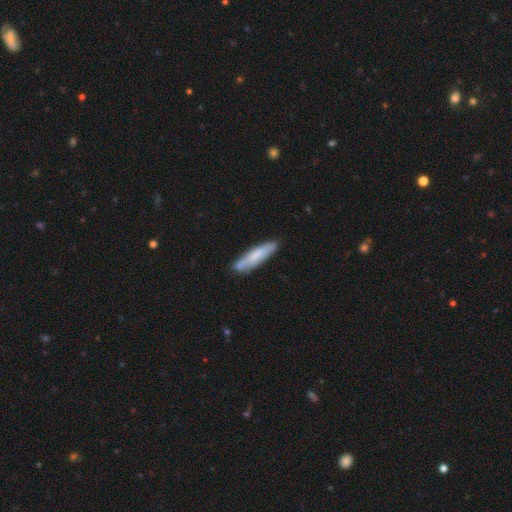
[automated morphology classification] Smooth or featured?
  - smooth: 69% *
  - featured or disk: 25%
  - star or artifact: 5%
How rounded?
  - cigar-shaped: 82% *
  - in between: 17%
  - round: 1%
Merging?
  - none: 81% *
  - minor disturbance: 14%
  - merger: 3%
  - major disturbance: 2%